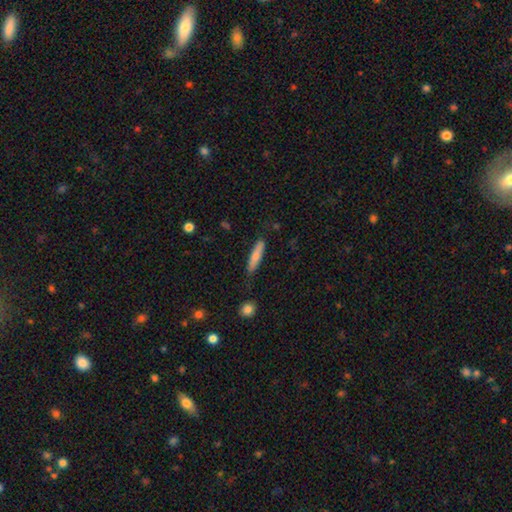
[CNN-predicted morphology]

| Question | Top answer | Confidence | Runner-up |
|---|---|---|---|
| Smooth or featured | smooth | 74% | featured or disk (20%) |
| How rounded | cigar-shaped | 84% | in between (14%) |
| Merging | none | 81% | minor disturbance (14%) |